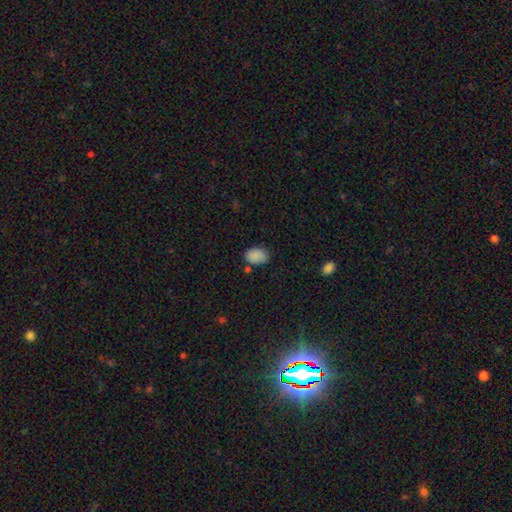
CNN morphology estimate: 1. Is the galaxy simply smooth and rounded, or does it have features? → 88% smooth, 8% star or artifact, 4% featured or disk.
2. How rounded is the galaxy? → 82% in between, 17% round, 1% cigar-shaped.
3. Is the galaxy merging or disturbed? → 75% none, 16% minor disturbance, 5% merger, 4% major disturbance.